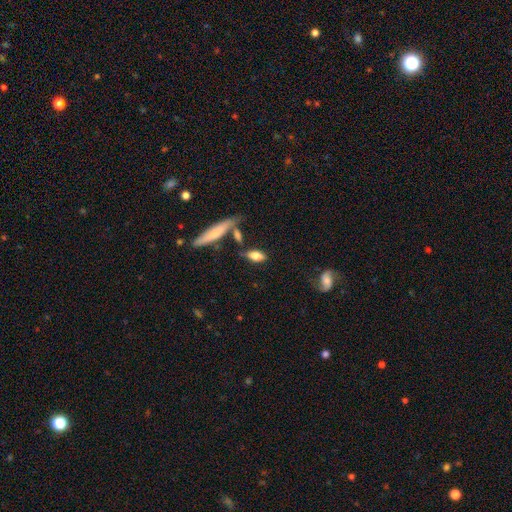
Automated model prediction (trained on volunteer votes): A smooth galaxy with no disk features (77%) that is in between round and cigar-shaped (77%).

Vote fractions:
- Smooth or featured? smooth: 77% / featured or disk: 16% / star or artifact: 7%
- How rounded? in between: 77% / cigar-shaped: 19% / round: 4%
- Merging? none: 64% / minor disturbance: 17% / merger: 13% / major disturbance: 6%